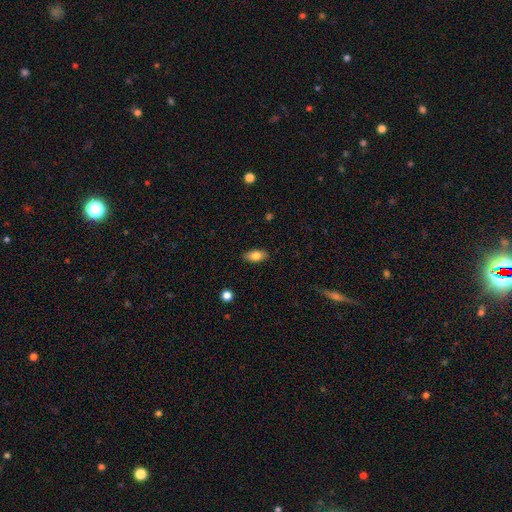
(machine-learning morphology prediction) Smooth or featured? Predicted: smooth (p=0.80). How rounded? Predicted: in between (p=0.89). Merging? Predicted: none (p=0.88).